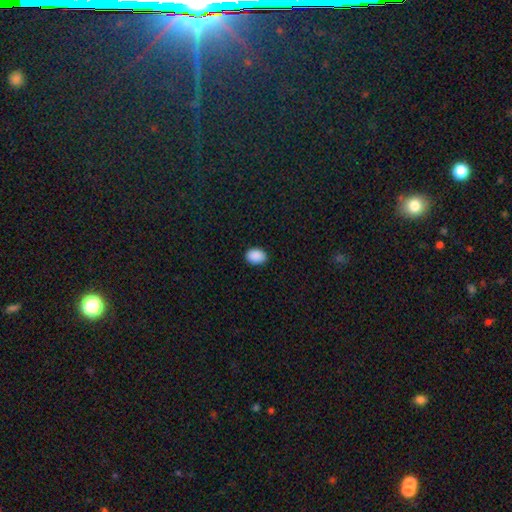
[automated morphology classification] The model was most divided on "how rounded": in between: 77%, round: 22%, cigar-shaped: 1%. More confident: smooth or featured — smooth (90%); merging — none (89%).